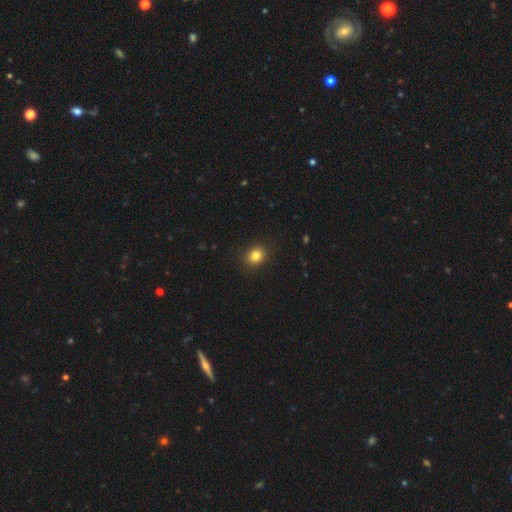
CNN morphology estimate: A smooth galaxy with no disk features (83%) that is round (63%). Merging: none (90%).